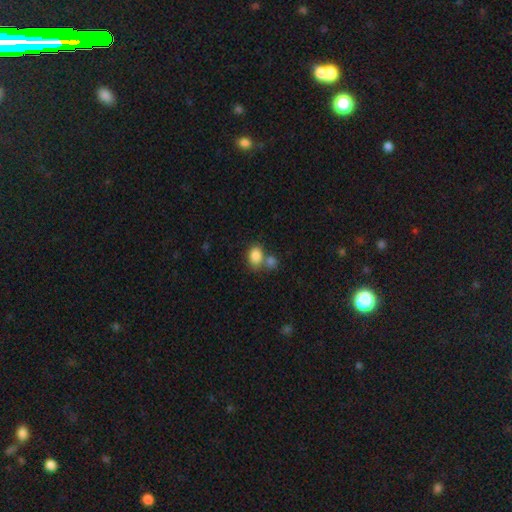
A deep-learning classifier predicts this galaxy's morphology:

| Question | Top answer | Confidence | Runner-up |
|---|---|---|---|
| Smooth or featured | smooth | 84% | star or artifact (9%) |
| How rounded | in between | 70% | round (29%) |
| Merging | none | 48% | merger (37%) |